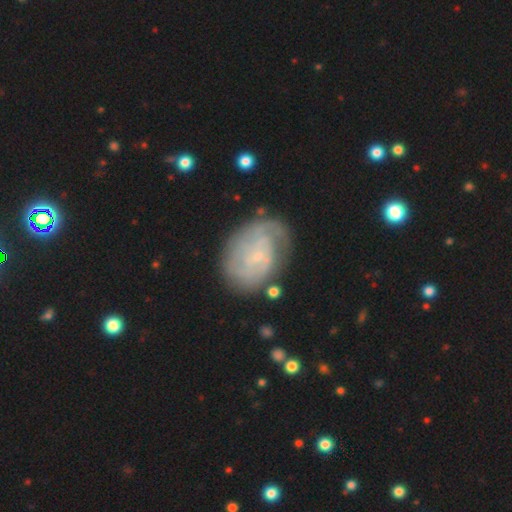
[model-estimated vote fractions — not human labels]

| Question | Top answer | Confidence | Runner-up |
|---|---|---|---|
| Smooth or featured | featured or disk | 79% | smooth (15%) |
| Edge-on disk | no | 98% | yes (2%) |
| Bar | no | 60% | weak (34%) |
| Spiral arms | yes | 92% | no (8%) |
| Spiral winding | tight | 60% | medium (30%) |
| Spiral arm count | can't tell | 37% | 2 (31%) |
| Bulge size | small | 83% | moderate (9%) |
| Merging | none | 67% | minor disturbance (21%) |